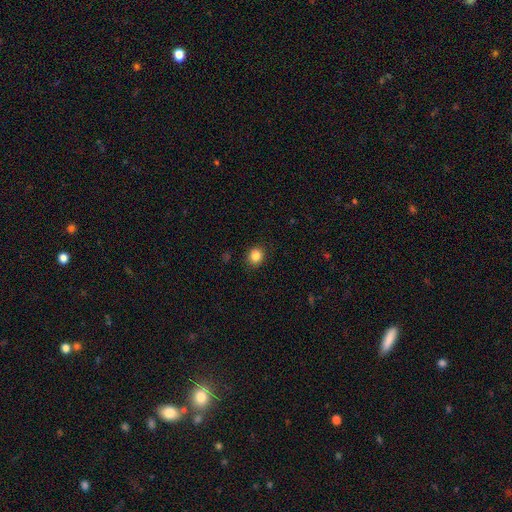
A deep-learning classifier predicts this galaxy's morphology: A smooth galaxy with no disk features (85%) that is round (71%). Merging: none (88%).